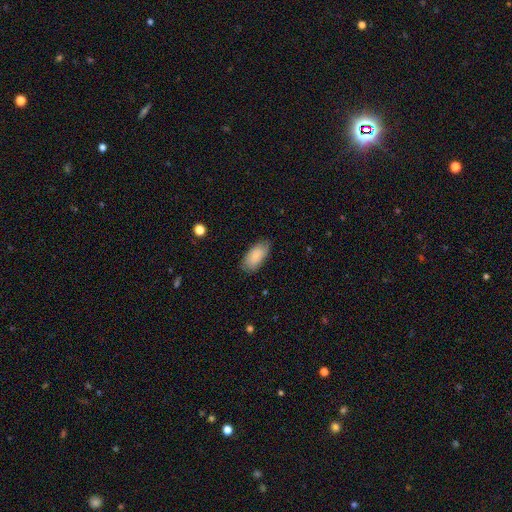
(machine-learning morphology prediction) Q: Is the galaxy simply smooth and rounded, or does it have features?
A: smooth — 82%.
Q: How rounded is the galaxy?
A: in between — 93%.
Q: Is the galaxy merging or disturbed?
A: none — 78%.